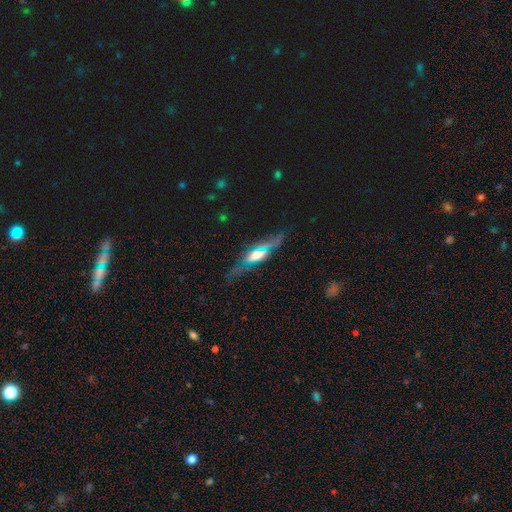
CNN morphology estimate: smooth_or_featured: featured or disk (p=0.53) [alt: smooth p=0.31]
disk_edge_on: yes (p=0.69) [alt: no p=0.31]
merging: none (p=0.65) [alt: minor disturbance p=0.19]